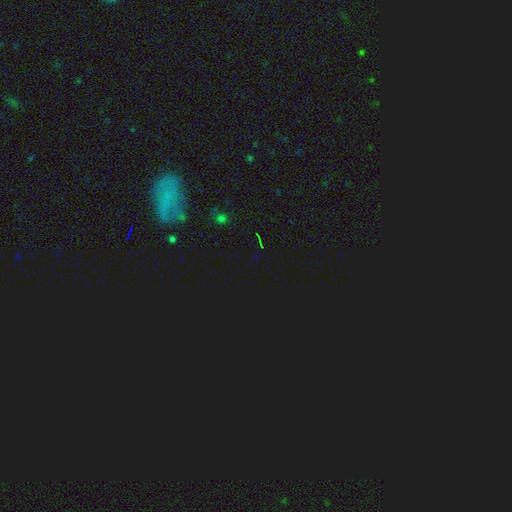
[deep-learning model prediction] Smooth or featured? Predicted: star or artifact (p=0.77).